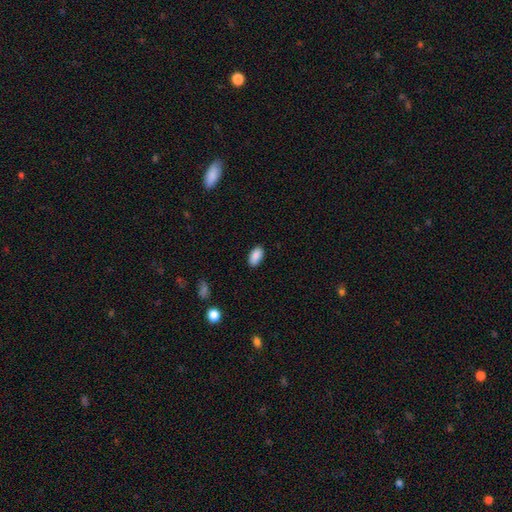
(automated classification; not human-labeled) Smooth or featured? smooth (89%)
How rounded? in between (94%)
Merging? none (87%)